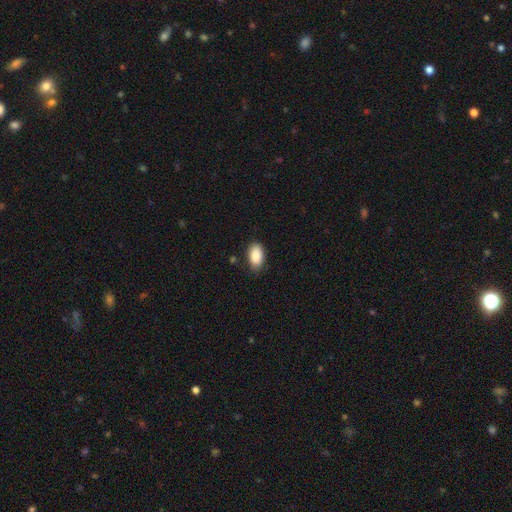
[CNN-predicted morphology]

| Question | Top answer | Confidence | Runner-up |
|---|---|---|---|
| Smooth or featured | smooth | 89% | star or artifact (7%) |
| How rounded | in between | 93% | round (6%) |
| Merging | none | 82% | minor disturbance (14%) |